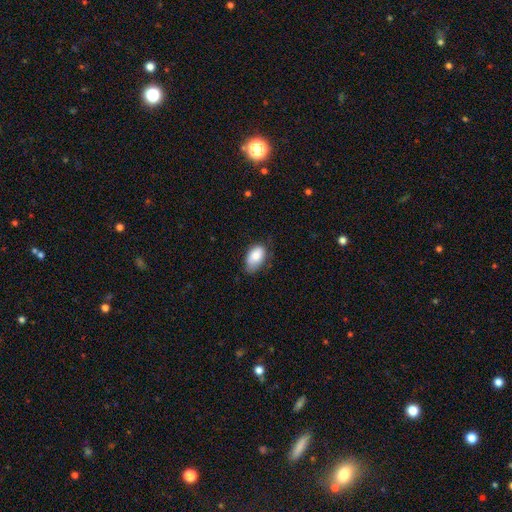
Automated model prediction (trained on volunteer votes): This appears to be a smooth galaxy with no disk features (83%) that is in between round and cigar-shaped (93%). Merging: none (58%).